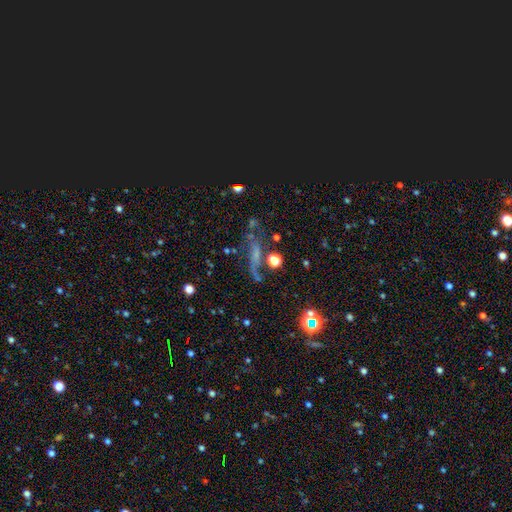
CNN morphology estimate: Smooth or featured?
  - featured or disk: 43% *
  - star or artifact: 29%
  - smooth: 28%
Merging?
  - none: 49% *
  - major disturbance: 22%
  - minor disturbance: 19%
  - merger: 10%